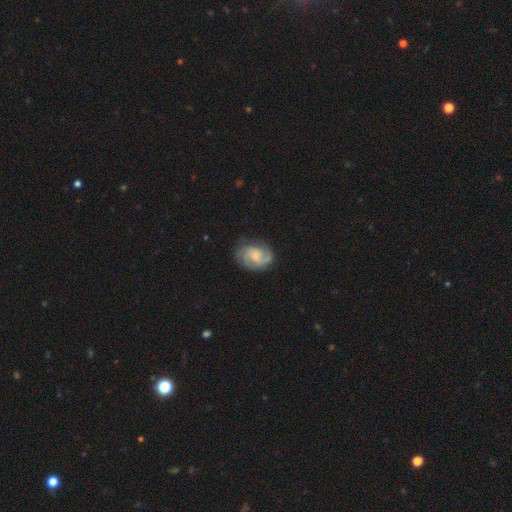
smooth_or_featured: featured or disk (p=0.77) [alt: smooth p=0.13]
disk_edge_on: no (p=1.00)
bar: no (p=0.63) [alt: weak p=0.33]
has_spiral_arms: yes (p=0.97) [alt: no p=0.03]
spiral_winding: tight (p=0.59) [alt: medium p=0.24]
spiral_arm_count: 3 (p=0.66) [alt: 2 p=0.17]
bulge_size: small (p=0.67) [alt: moderate p=0.23]
merging: none (p=0.80) [alt: major disturbance p=0.11]